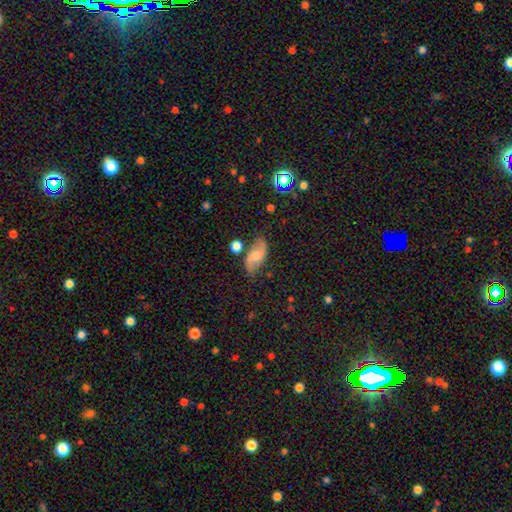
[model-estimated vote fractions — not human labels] This is possibly a featured or disk galaxy (56%). It is clearly not viewed edge-on (94%). Bar: possibly no (48%). Spiral arm pattern: clearly yes (88%). Central bulge: possibly moderate (50%). Merging: likely none (73%).